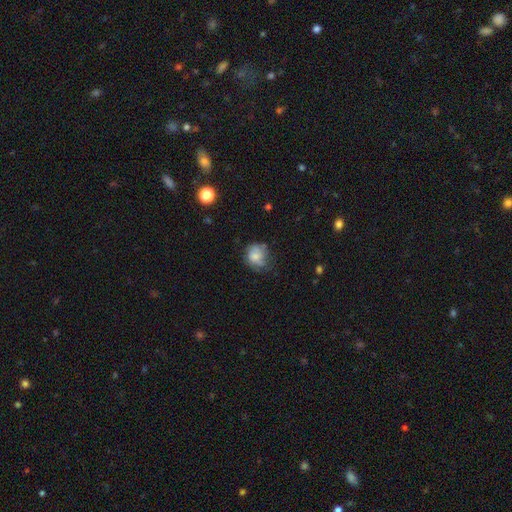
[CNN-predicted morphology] This is likely a smooth galaxy (64%). How rounded: likely round (70%). Merging: possibly none (51%).